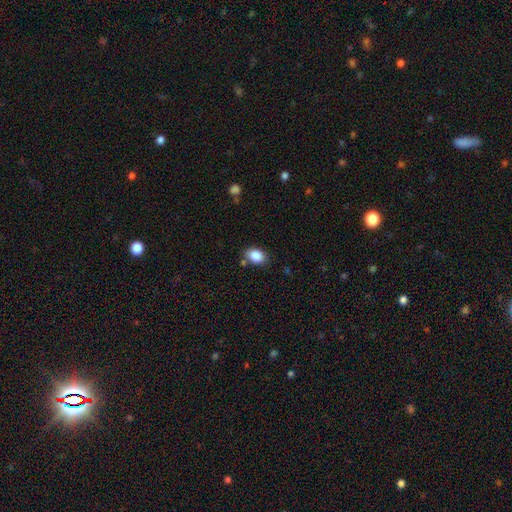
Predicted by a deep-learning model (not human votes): Smooth or featured?
  - smooth: 87% *
  - star or artifact: 8%
  - featured or disk: 5%
How rounded?
  - in between: 80% *
  - round: 19%
  - cigar-shaped: 1%
Merging?
  - none: 78% *
  - minor disturbance: 14%
  - merger: 5%
  - major disturbance: 3%